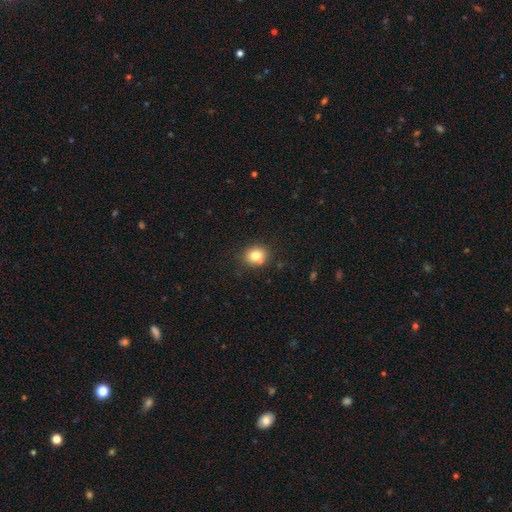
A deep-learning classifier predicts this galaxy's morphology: Overall: smooth (79%). How rounded: round (74%). Merging: none (78%).